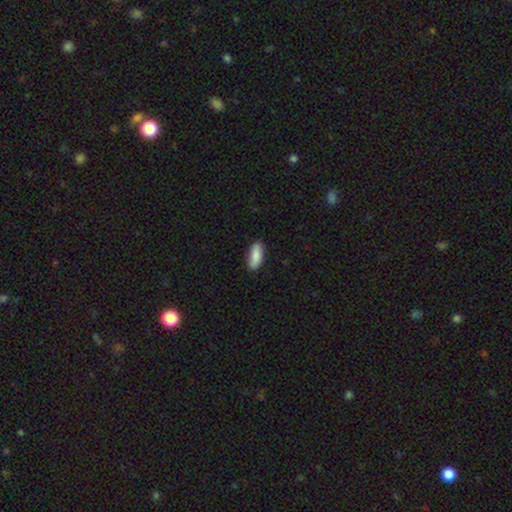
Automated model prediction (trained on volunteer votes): smooth_or_featured: smooth (p=0.88) [alt: featured or disk p=0.07]
how_rounded: in between (p=0.79) [alt: cigar-shaped p=0.19]
merging: none (p=0.87) [alt: minor disturbance p=0.11]